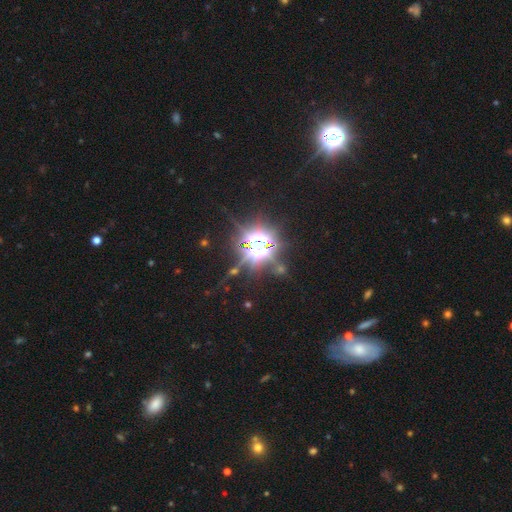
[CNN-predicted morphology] Smooth or featured?
  - star or artifact: 81% *
  - smooth: 10%
  - featured or disk: 9%